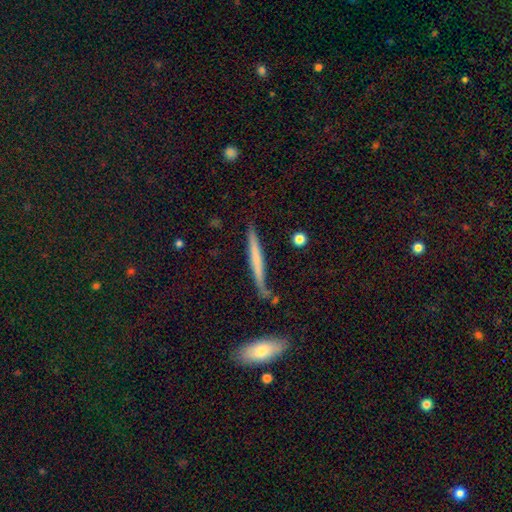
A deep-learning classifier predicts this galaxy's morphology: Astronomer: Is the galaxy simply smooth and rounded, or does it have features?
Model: smooth — 52% (runner-up: featured or disk, 42%).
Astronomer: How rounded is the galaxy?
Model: cigar-shaped — 95%.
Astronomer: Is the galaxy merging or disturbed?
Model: none — 72%.